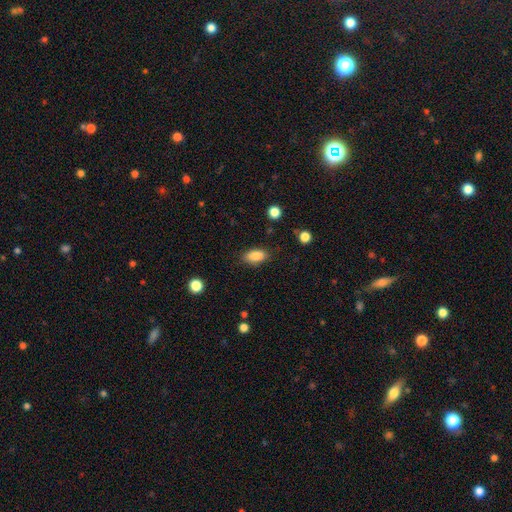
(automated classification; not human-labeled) Overall: smooth (87%). How rounded: in between (88%). Merging: none (83%).